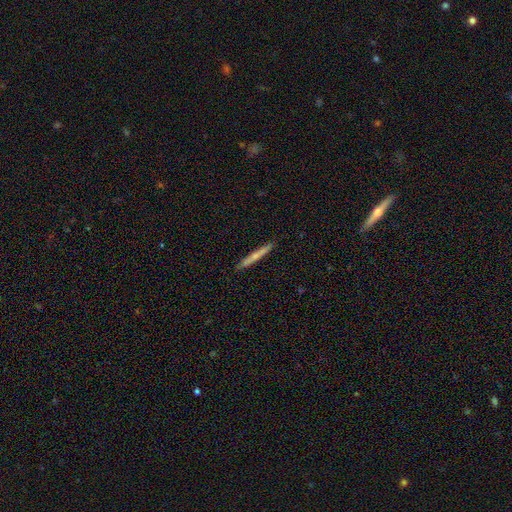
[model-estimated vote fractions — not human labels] The model was most divided on "smooth or featured": smooth: 49%, featured or disk: 45%, star or artifact: 6%. More confident: merging — none (90%).